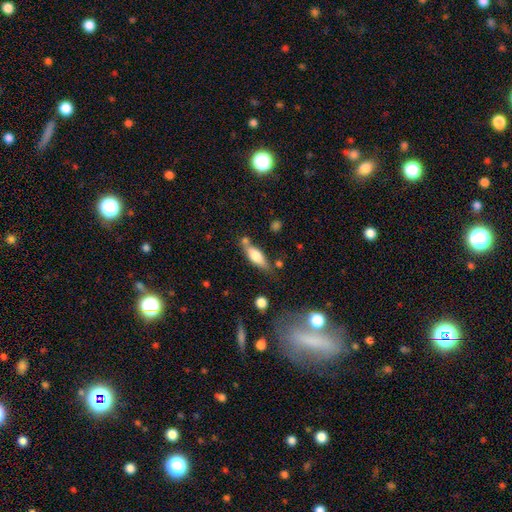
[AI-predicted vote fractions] Q: Smooth or featured?
A: smooth (66%); runner-up: featured or disk (27%)
Q: How rounded?
A: in between (58%); runner-up: cigar-shaped (40%)
Q: Merging?
A: none (64%); runner-up: minor disturbance (18%)